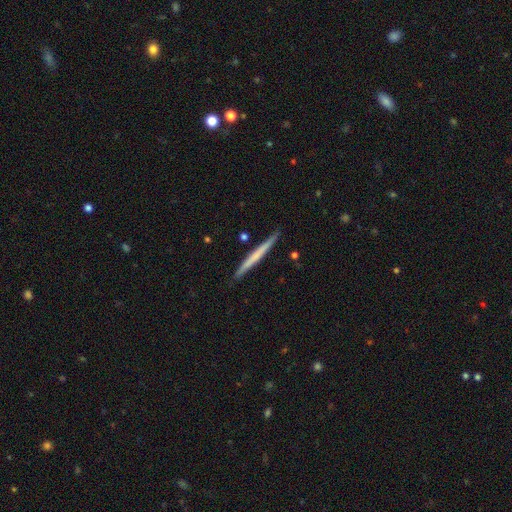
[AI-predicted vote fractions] Morphology: type=smooth (51%); roundness=cigar-shaped (97%); merging=none (89%).